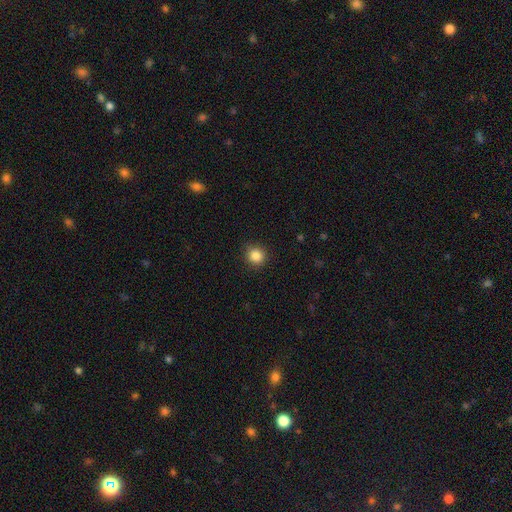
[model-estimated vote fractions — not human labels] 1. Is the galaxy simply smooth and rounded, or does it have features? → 86% smooth, 10% star or artifact, 4% featured or disk.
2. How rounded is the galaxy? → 92% round, 7% in between, 1% cigar-shaped.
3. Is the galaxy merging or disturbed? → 89% none, 8% minor disturbance, 2% major disturbance, 1% merger.